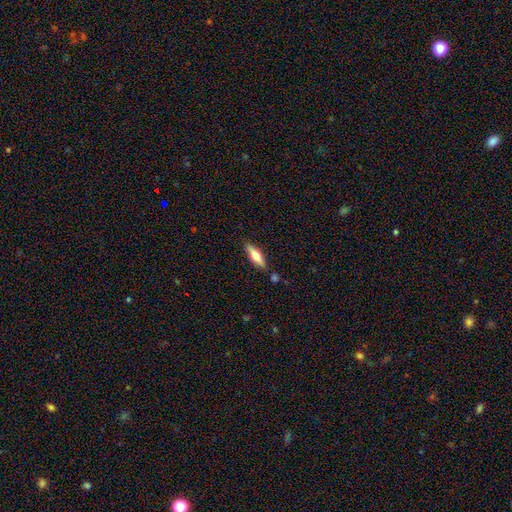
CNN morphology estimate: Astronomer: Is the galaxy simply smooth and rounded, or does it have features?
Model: smooth — 64%.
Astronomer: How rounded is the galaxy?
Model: cigar-shaped — 55% (runner-up: in between, 43%).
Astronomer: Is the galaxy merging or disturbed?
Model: none — 81%.